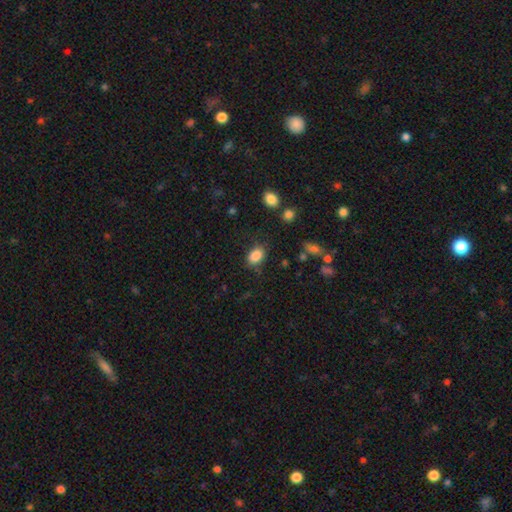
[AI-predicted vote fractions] This appears to be a smooth galaxy with no disk features (87%) that is in between round and cigar-shaped (81%). Merging: none (76%).